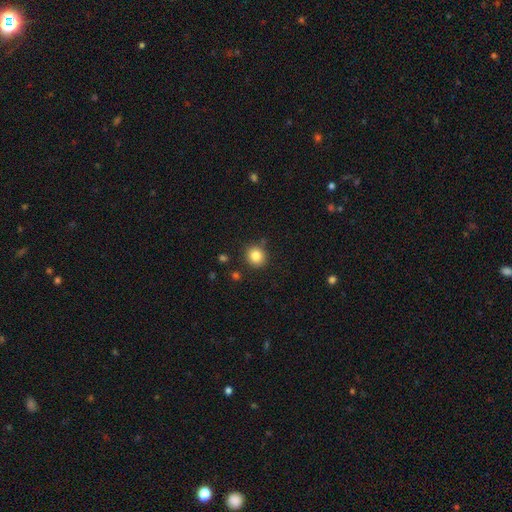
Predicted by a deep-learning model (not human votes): This is clearly a smooth galaxy (84%). How rounded: clearly round (84%). Merging: clearly none (86%).